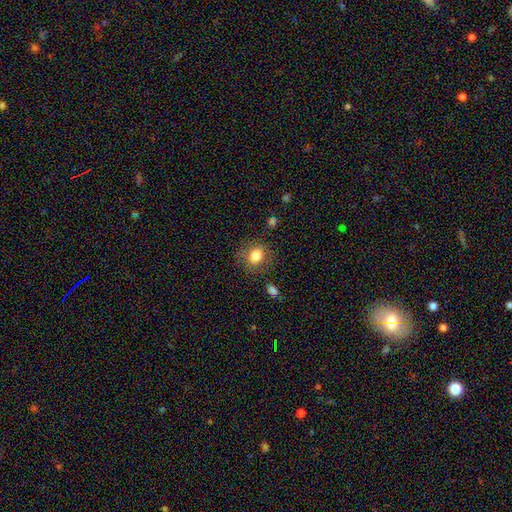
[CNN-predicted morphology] The model was most divided on "how rounded": in between: 50%, round: 48%, cigar-shaped: 1%. More confident: smooth or featured — smooth (81%); merging — none (77%).